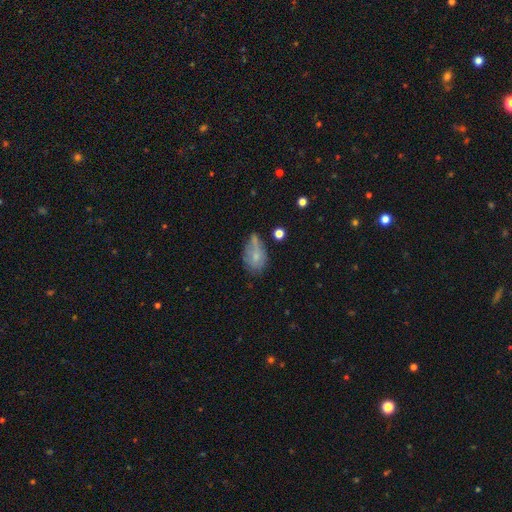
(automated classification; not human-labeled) Morphology: type=smooth (65%); roundness=in between (82%); merging=none (36%).